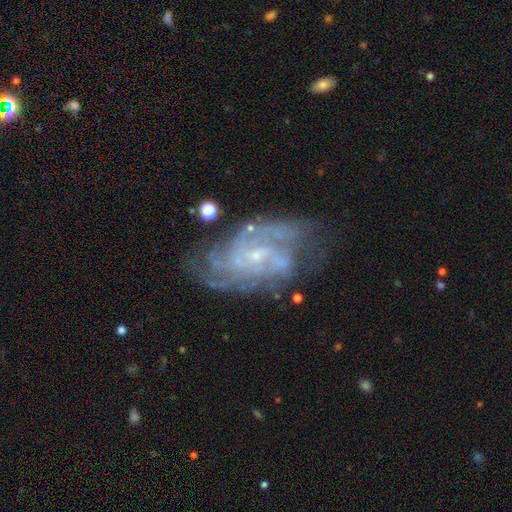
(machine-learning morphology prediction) smooth_or_featured: featured or disk (p=0.86) [alt: star or artifact p=0.07]
disk_edge_on: no (p=0.96) [alt: yes p=0.04]
bar: no (p=0.53) [alt: weak p=0.39]
has_spiral_arms: yes (p=0.93) [alt: no p=0.07]
spiral_winding: tight (p=0.47) [alt: medium p=0.41]
spiral_arm_count: can't tell (p=0.35) [alt: 4 p=0.19]
bulge_size: small (p=0.76) [alt: moderate p=0.15]
merging: none (p=0.64) [alt: minor disturbance p=0.20]